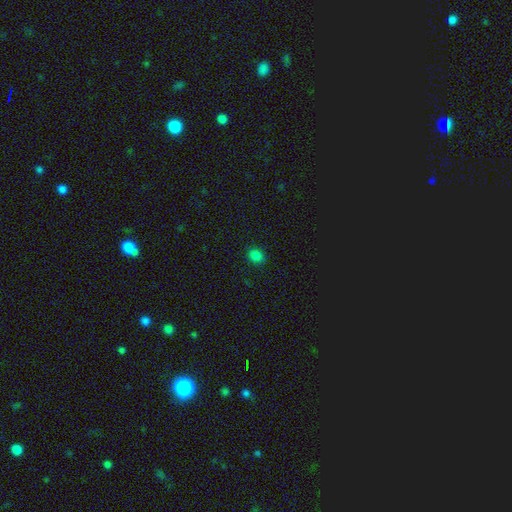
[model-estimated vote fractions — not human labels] Smooth or featured?
  - smooth: 81% *
  - star or artifact: 15%
  - featured or disk: 3%
How rounded?
  - round: 58% *
  - in between: 41%
  - cigar-shaped: 1%
Merging?
  - none: 90% *
  - minor disturbance: 7%
  - major disturbance: 2%
  - merger: 1%